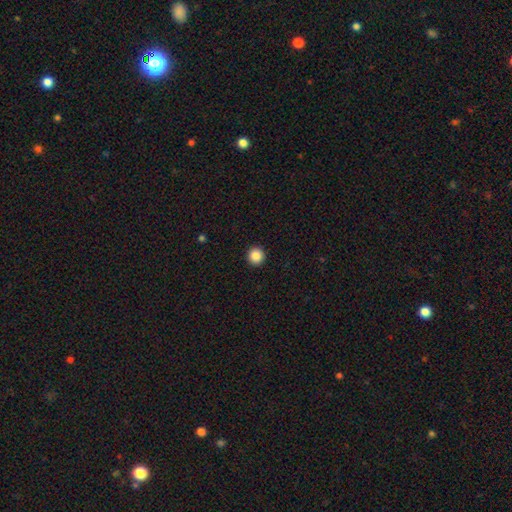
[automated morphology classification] This appears to be a smooth galaxy with no disk features (87%) that is round (96%). Merging: none (94%).